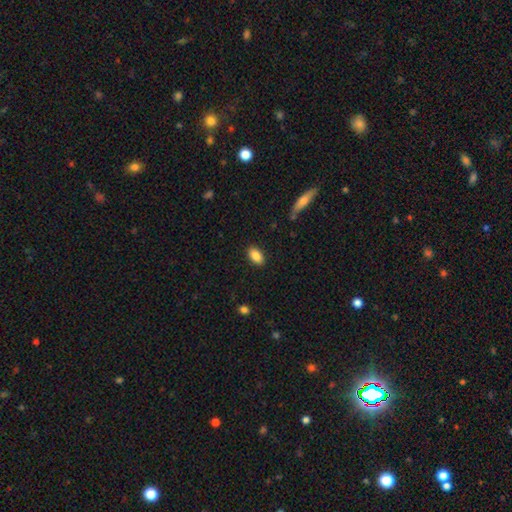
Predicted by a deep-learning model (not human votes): smooth 87%, star or artifact 8%, featured or disk 5%. Down the decision tree: how rounded — in between (92%); merging — none (88%).